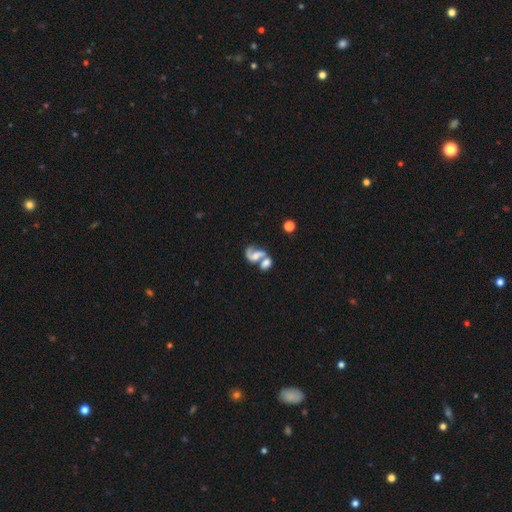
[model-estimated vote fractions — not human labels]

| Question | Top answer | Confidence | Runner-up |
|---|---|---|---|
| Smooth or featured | featured or disk | 71% | smooth (21%) |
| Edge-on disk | no | 97% | yes (3%) |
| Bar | no | 46% | weak (36%) |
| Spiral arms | yes | 88% | no (12%) |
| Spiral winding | loose | 54% | medium (35%) |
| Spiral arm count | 2 | 79% | 1 (15%) |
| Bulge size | moderate | 34% | small (32%) |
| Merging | merger | 59% | none (22%) |